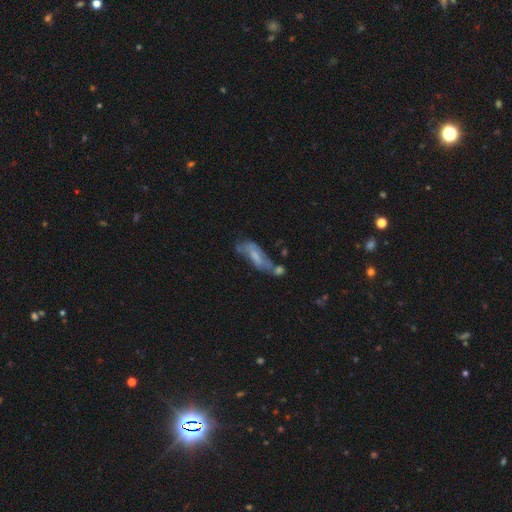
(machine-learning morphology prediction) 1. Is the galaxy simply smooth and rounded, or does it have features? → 50% featured or disk, 40% smooth, 9% star or artifact.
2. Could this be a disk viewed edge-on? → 79% no, 21% yes.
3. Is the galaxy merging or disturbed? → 33% none, 28% merger, 23% minor disturbance, 17% major disturbance.